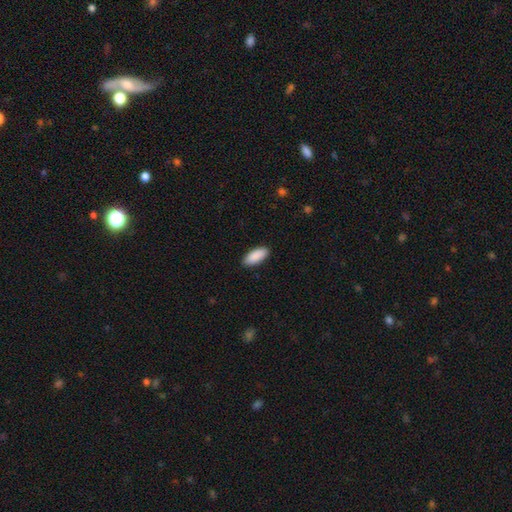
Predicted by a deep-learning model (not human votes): Smooth or featured: smooth — 91% (star or artifact — 5%)
How rounded: in between — 86% (cigar-shaped — 13%)
Merging: none — 89% (minor disturbance — 8%)